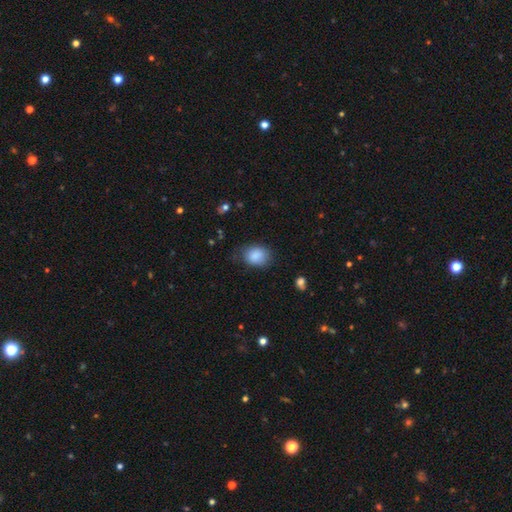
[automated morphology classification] A smooth galaxy with no disk features (87%) that is in between round and cigar-shaped (57%).

Vote fractions:
- Smooth or featured? smooth: 87% / star or artifact: 8% / featured or disk: 5%
- How rounded? in between: 57% / round: 42% / cigar-shaped: 1%
- Merging? none: 68% / minor disturbance: 24% / major disturbance: 6% / merger: 2%